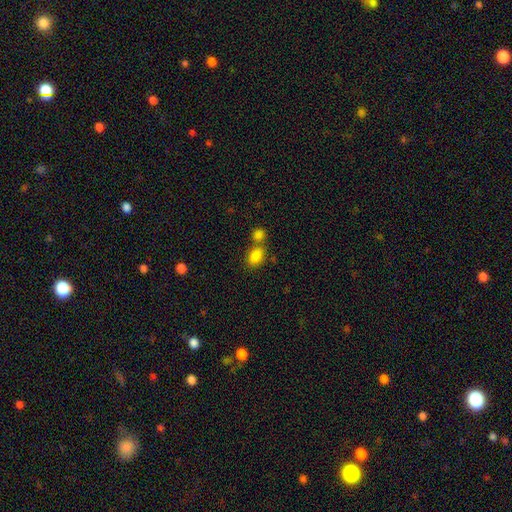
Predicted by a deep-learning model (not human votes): A smooth galaxy with no disk features (84%) that is in between round and cigar-shaped (77%). Merging: none (50%).